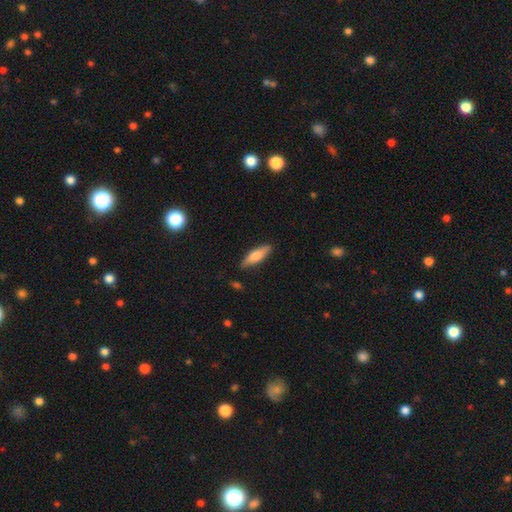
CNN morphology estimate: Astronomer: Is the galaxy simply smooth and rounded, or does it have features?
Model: smooth — 70%.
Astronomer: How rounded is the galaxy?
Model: cigar-shaped — 56% (runner-up: in between, 42%).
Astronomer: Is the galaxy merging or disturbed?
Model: none — 84%.